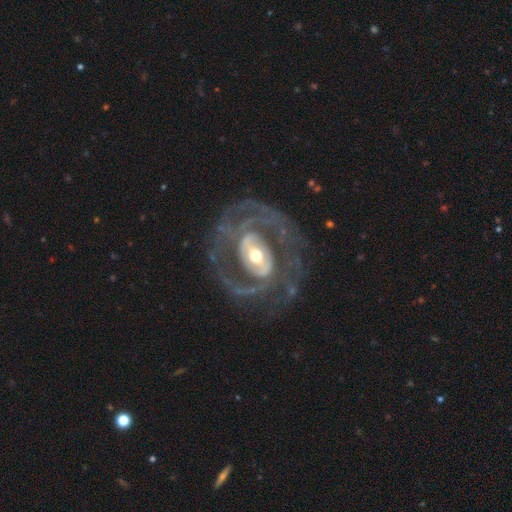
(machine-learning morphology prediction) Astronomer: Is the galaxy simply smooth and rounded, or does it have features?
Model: featured or disk — 90%.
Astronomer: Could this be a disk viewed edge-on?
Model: no — 97%.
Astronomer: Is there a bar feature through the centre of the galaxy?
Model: strong — 39% (runner-up: weak, 36%).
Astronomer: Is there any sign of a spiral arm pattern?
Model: yes — 93%.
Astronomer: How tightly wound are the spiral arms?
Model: medium — 46% (runner-up: tight, 36%).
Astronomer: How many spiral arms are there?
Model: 2 — 60%.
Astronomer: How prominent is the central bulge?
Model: moderate — 63%.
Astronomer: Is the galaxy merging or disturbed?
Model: none — 68%.